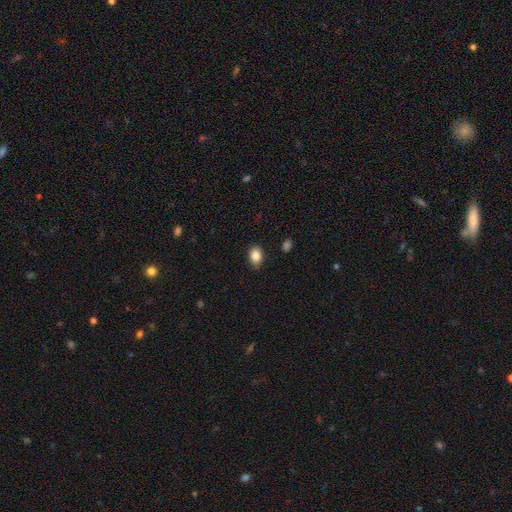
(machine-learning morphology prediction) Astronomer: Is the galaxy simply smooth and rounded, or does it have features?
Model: smooth — 87%.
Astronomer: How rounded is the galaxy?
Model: in between — 73%.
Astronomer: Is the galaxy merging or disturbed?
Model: none — 87%.